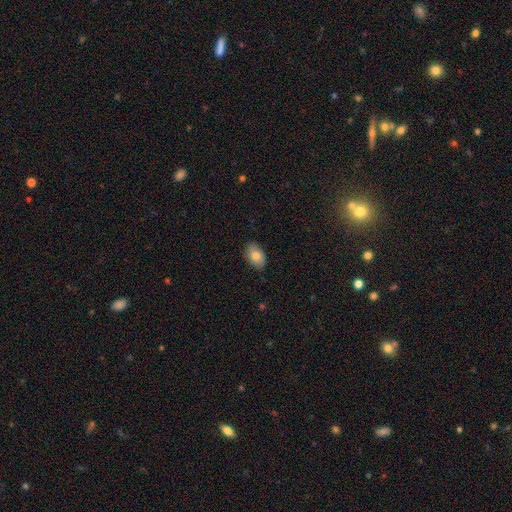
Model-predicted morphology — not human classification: A smooth galaxy with no disk features (80%) that is in between round and cigar-shaped (90%).

Vote fractions:
- Smooth or featured? smooth: 80% / featured or disk: 12% / star or artifact: 7%
- How rounded? in between: 90% / round: 8% / cigar-shaped: 1%
- Merging? none: 86% / minor disturbance: 11% / major disturbance: 2% / merger: 1%